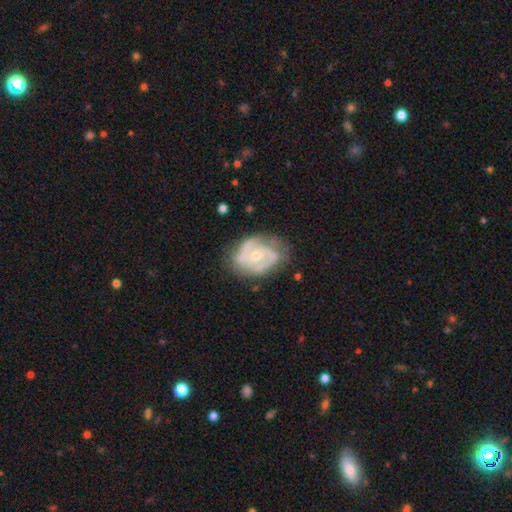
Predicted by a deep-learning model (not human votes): Smooth or featured?
  - featured or disk: 85% *
  - smooth: 10%
  - star or artifact: 5%
Edge-on disk?
  - no: 97% *
  - yes: 3%
Bar?
  - no: 47% *
  - weak: 41%
  - strong: 13%
Spiral arms?
  - yes: 93% *
  - no: 7%
Spiral winding?
  - medium: 48% *
  - tight: 39%
  - loose: 13%
Spiral arm count?
  - 2: 71% *
  - can't tell: 11%
  - 3: 10%
  - 1: 3%
  - 4: 2%
  - more than 4: 2%
Bulge size?
  - small: 56% *
  - moderate: 40%
  - none: 2%
  - large: 1%
  - dominant: 1%
Merging?
  - none: 67% *
  - minor disturbance: 23%
  - major disturbance: 8%
  - merger: 2%